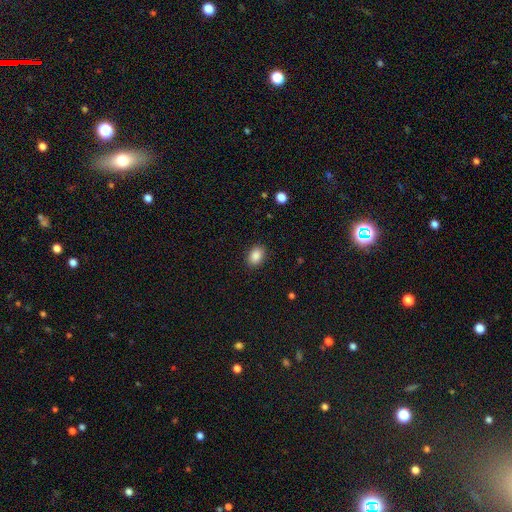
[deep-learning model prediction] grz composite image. It shows a smooth galaxy with no disk features (88%) that is in between round and cigar-shaped (79%). Merging: none (89%).